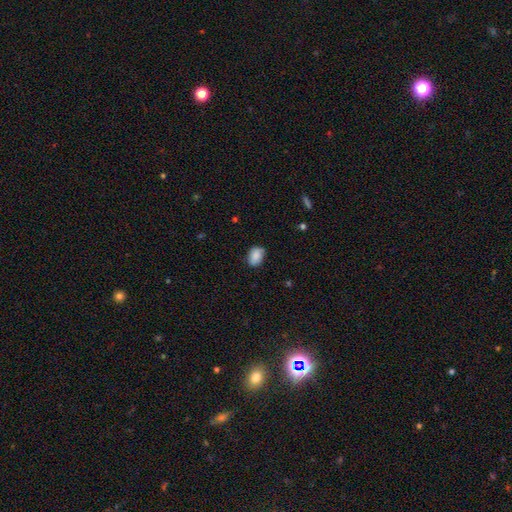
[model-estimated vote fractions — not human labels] Q: Smooth or featured?
A: smooth (85%); runner-up: star or artifact (8%)
Q: How rounded?
A: in between (81%); runner-up: round (18%)
Q: Merging?
A: none (76%); runner-up: minor disturbance (19%)